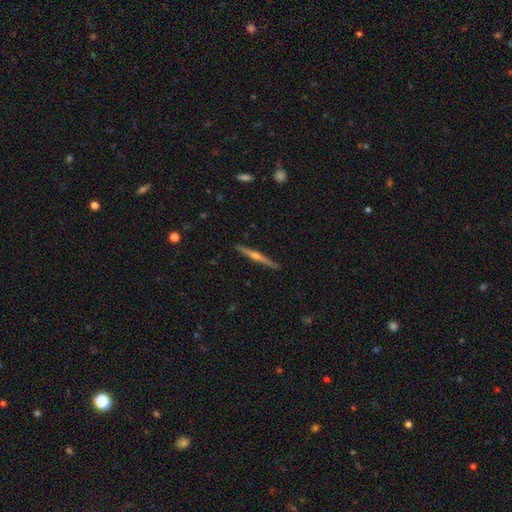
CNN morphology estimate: A featured or disk galaxy (76%) viewed edge-on (98%) with a rounded central bulge (87%).

Vote fractions:
- Smooth or featured? featured or disk: 76% / smooth: 18% / star or artifact: 6%
- Edge-on disk? yes: 98% / no: 2%
- Edge-on bulge? rounded: 87% / none: 8% / boxy: 5%
- Merging? none: 91% / minor disturbance: 6% / major disturbance: 1% / merger: 1%